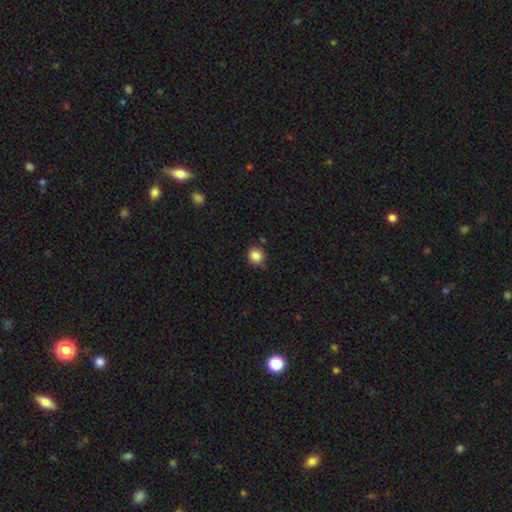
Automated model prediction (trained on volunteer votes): Q: Smooth or featured?
A: smooth (85%); runner-up: star or artifact (10%)
Q: How rounded?
A: round (87%); runner-up: in between (12%)
Q: Merging?
A: none (81%); runner-up: minor disturbance (13%)